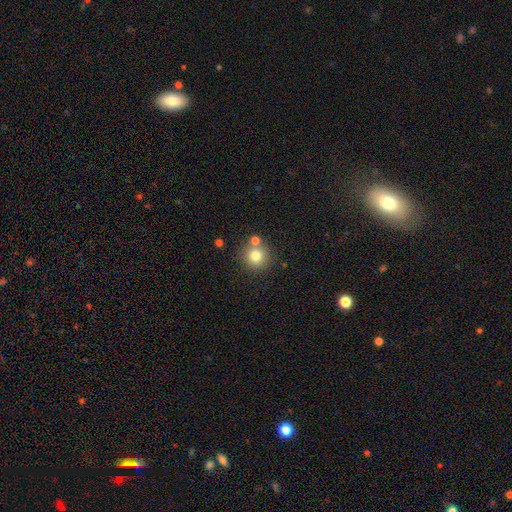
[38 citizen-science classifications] smooth-or-featured: smooth: 87% | star or artifact: 8% | featured or disk: 5%
  how-rounded: round: 91% | cigar-shaped: 6% | in between: 3%
  merging: none: 71% | minor disturbance: 17% | merger: 11% | major disturbance: 0%